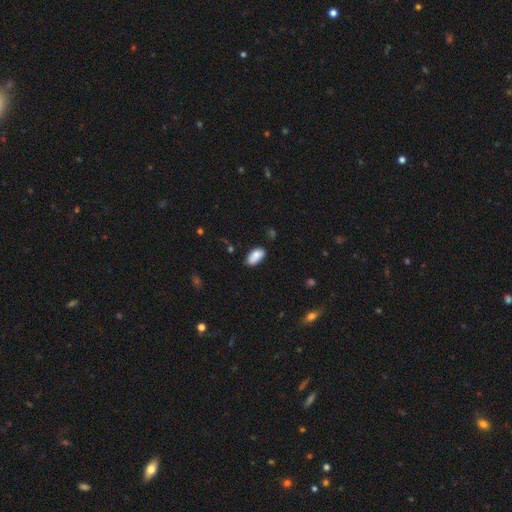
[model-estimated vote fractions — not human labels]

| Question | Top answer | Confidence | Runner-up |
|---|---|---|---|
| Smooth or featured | smooth | 84% | featured or disk (9%) |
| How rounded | in between | 94% | cigar-shaped (4%) |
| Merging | none | 76% | minor disturbance (18%) |